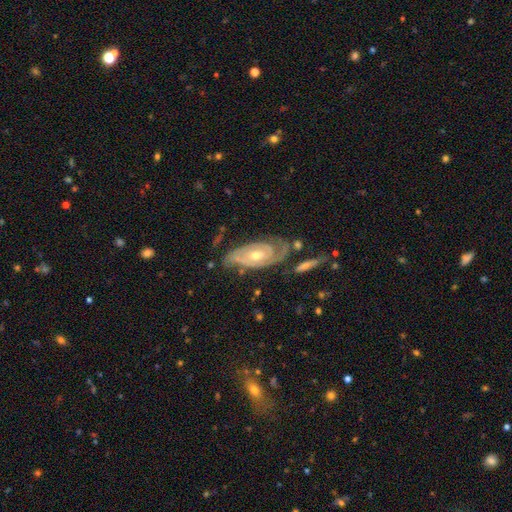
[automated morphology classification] smooth_or_featured: featured or disk (p=0.86) [alt: smooth p=0.08]
disk_edge_on: no (p=0.93) [alt: yes p=0.07]
bar: no (p=0.65) [alt: weak p=0.27]
has_spiral_arms: yes (p=0.94) [alt: no p=0.06]
spiral_winding: tight (p=0.71) [alt: medium p=0.23]
spiral_arm_count: 2 (p=0.58) [alt: can't tell p=0.21]
bulge_size: moderate (p=0.57) [alt: small p=0.40]
merging: none (p=0.61) [alt: minor disturbance p=0.23]